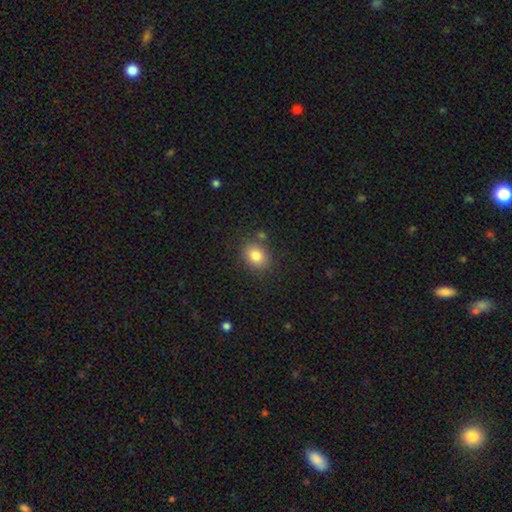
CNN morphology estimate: type=smooth (82%); roundness=in between (51%); merging=none (80%).